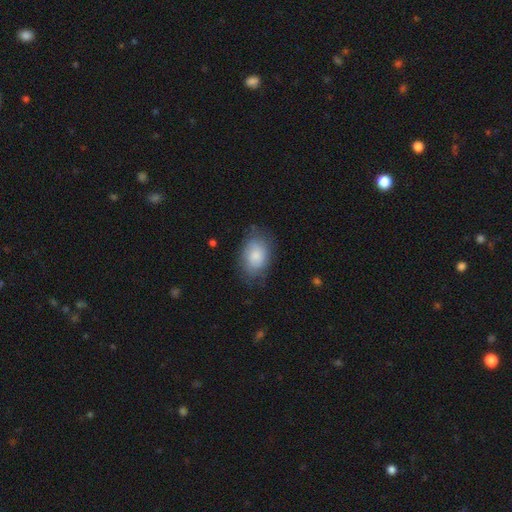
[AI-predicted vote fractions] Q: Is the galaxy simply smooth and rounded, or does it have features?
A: smooth — 70%.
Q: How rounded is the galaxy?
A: in between — 84%.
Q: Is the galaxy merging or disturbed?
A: none — 70%.